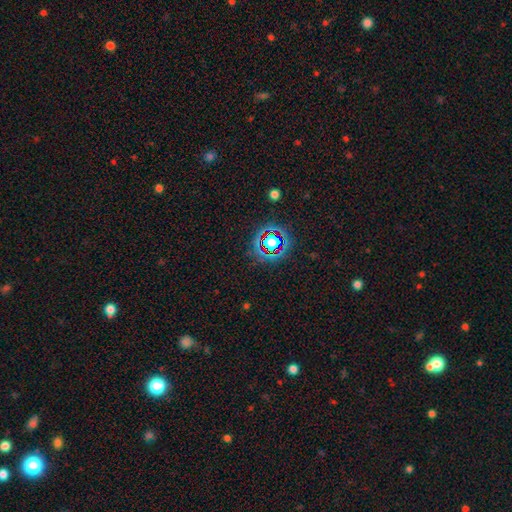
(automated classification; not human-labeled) smooth_or_featured: star or artifact (p=0.75) [alt: smooth p=0.15]